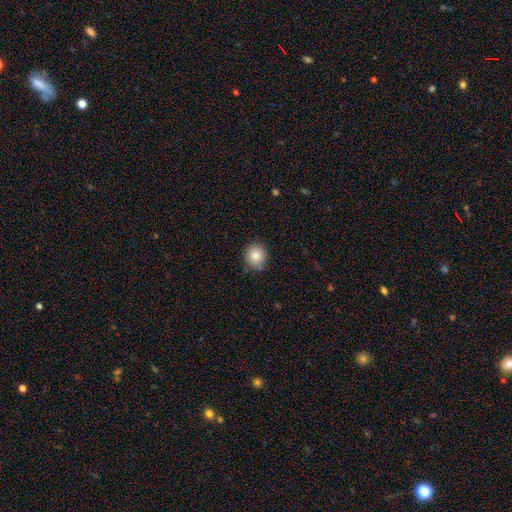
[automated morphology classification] Overall: smooth (83%). How rounded: round (86%). Merging: none (84%).